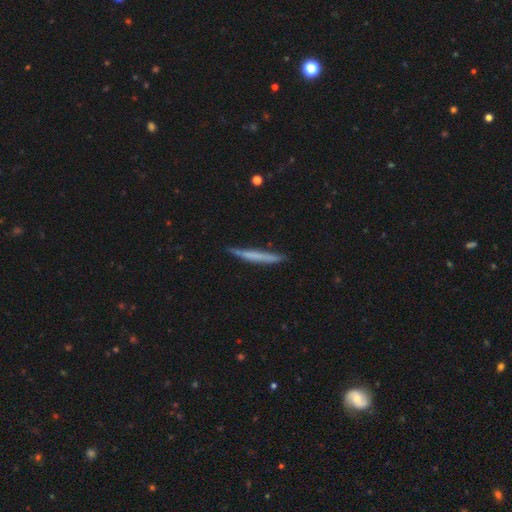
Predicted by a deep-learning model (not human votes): smooth-or-featured: smooth: 55% | featured or disk: 38% | star or artifact: 6%
  how-rounded: cigar-shaped: 96% | in between: 2% | round: 1%
  merging: none: 80% | minor disturbance: 16% | major disturbance: 2% | merger: 2%